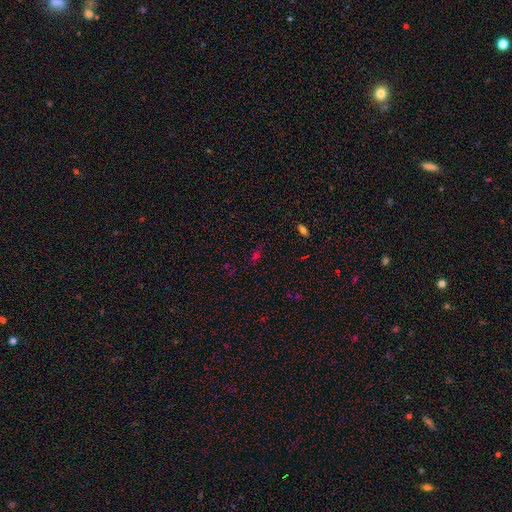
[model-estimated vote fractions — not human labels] This appears to be a smooth galaxy with no disk features (46%). Merging: none (75%).